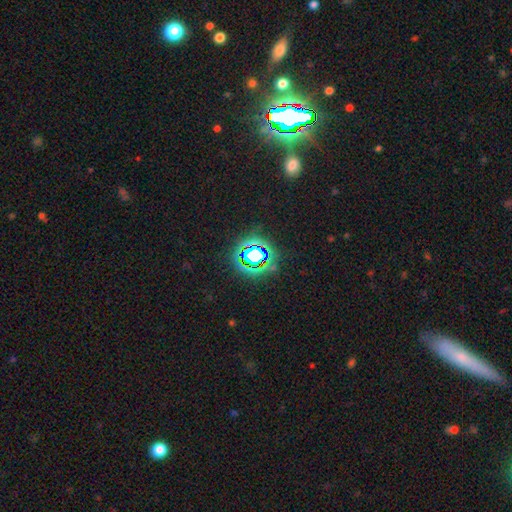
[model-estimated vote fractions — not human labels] smooth-or-featured: star or artifact: 68% | smooth: 20% | featured or disk: 12%